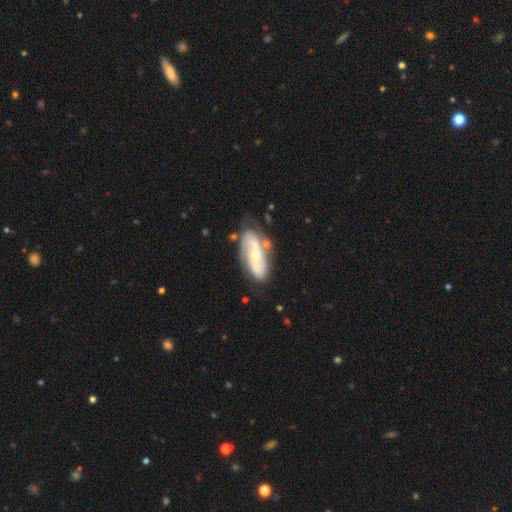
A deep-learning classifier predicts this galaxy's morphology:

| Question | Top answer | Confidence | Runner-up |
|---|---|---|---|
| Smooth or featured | featured or disk | 73% | smooth (21%) |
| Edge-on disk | no | 92% | yes (8%) |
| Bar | no | 44% | weak (34%) |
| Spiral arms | yes | 90% | no (10%) |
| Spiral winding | loose | 39% | tied: medium (39%) |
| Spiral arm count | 2 | 85% | can't tell (9%) |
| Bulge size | small | 53% | moderate (37%) |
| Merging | none | 68% | minor disturbance (19%) |